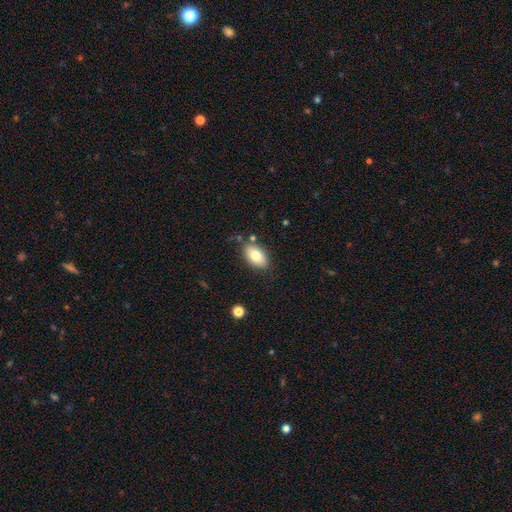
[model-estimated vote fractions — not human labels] Smooth or featured? smooth (79%)
How rounded? in between (93%)
Merging? none (78%)